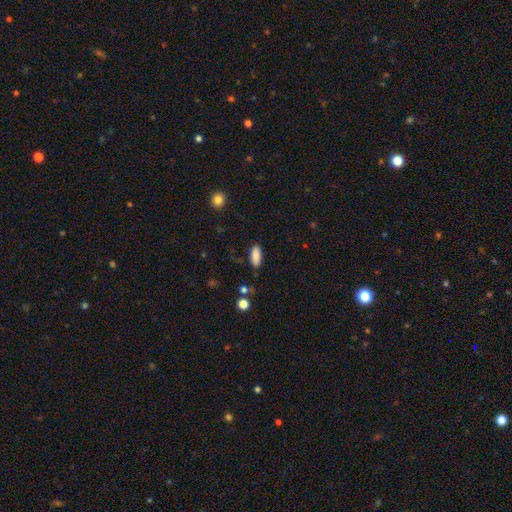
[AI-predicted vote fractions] This is clearly a smooth galaxy (87%). How rounded: clearly in between (81%). Merging: clearly none (83%).